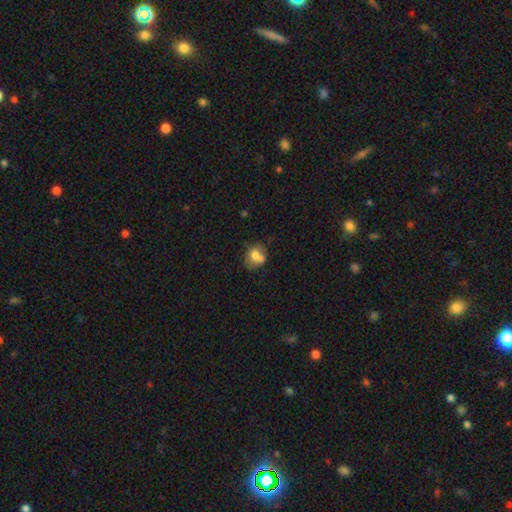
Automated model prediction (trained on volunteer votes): smooth 68%, featured or disk 22%, star or artifact 10%. Down the decision tree: how rounded — round (56%); merging — none (43%).